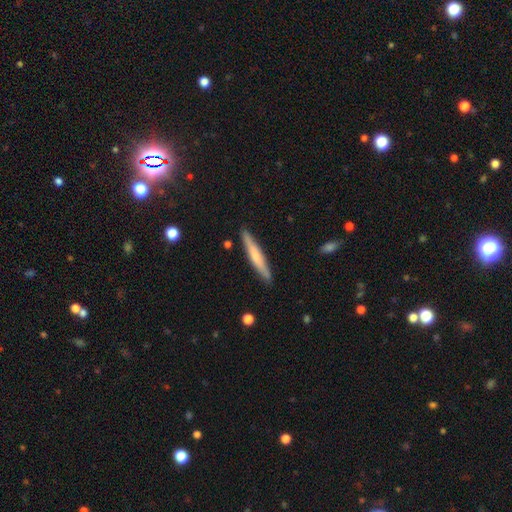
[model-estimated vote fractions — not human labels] A smooth galaxy with no disk features (54%) that is cigar-shaped (94%).

Vote fractions:
- Smooth or featured? smooth: 54% / featured or disk: 40% / star or artifact: 5%
- How rounded? cigar-shaped: 94% / in between: 5% / round: 1%
- Merging? none: 89% / minor disturbance: 8% / major disturbance: 1% / merger: 1%